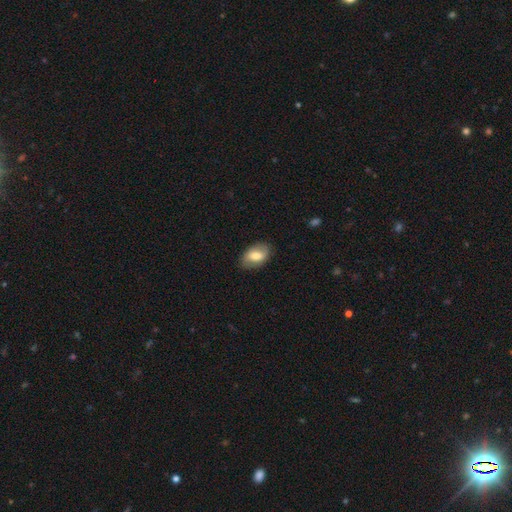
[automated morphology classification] Smooth or featured? smooth (63%)
How rounded? in between (90%)
Merging? none (83%)